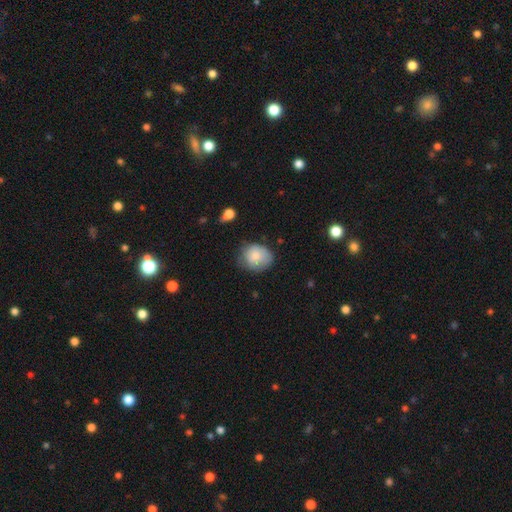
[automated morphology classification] The model was most divided on "how rounded": round: 59%, in between: 40%, cigar-shaped: 1%. More confident: smooth or featured — smooth (81%); merging — none (61%).